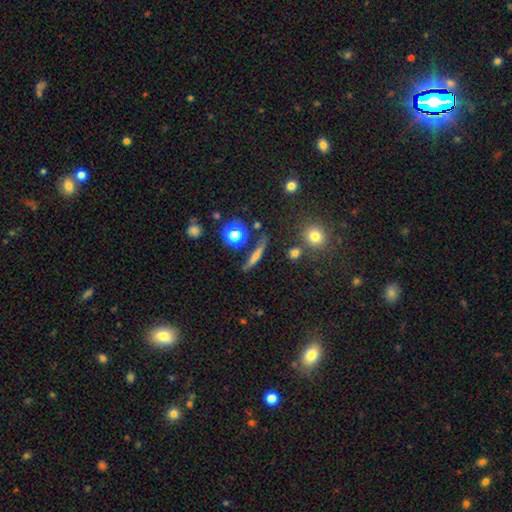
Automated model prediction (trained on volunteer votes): This is possibly a smooth galaxy (49%). Merging: likely none (78%).